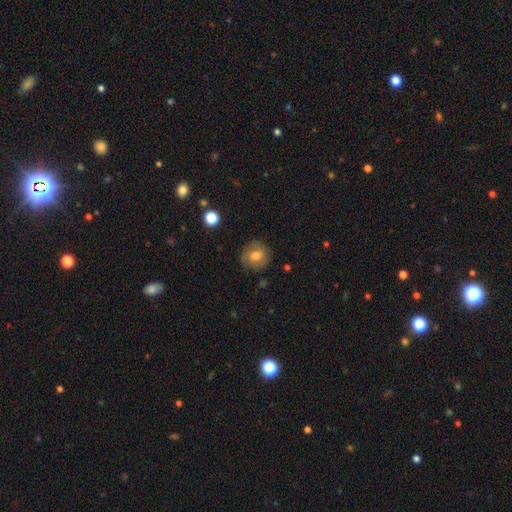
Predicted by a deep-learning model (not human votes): A smooth galaxy with no disk features (66%) that is round (91%). Merging: none (82%).